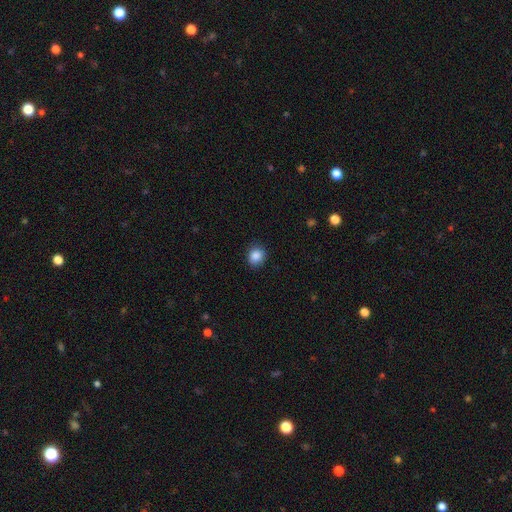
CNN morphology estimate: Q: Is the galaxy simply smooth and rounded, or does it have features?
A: smooth — 87%.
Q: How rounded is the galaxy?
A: round — 76%.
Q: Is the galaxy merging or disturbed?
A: none — 87%.